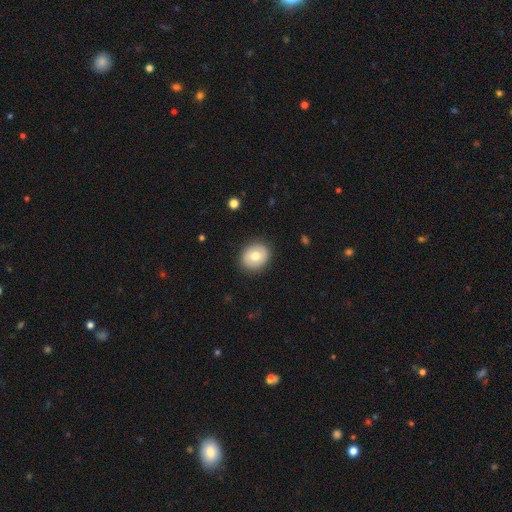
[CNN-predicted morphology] smooth_or_featured: smooth (p=0.70) [alt: featured or disk p=0.22]
how_rounded: round (p=0.68) [alt: in between p=0.31]
merging: none (p=0.88) [alt: minor disturbance p=0.09]